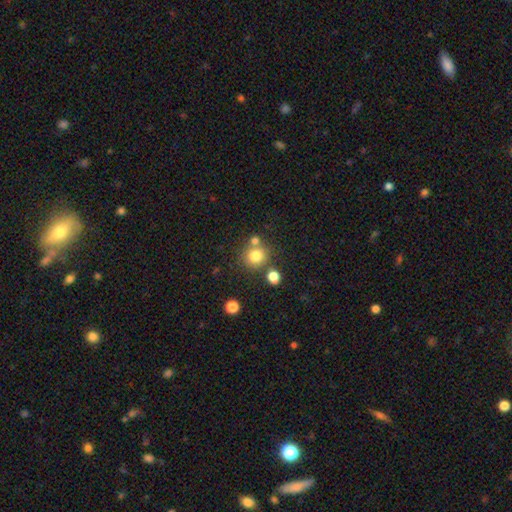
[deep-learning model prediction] smooth 78%, star or artifact 13%, featured or disk 9%. Down the decision tree: how rounded — round (87%); merging — none (68%).